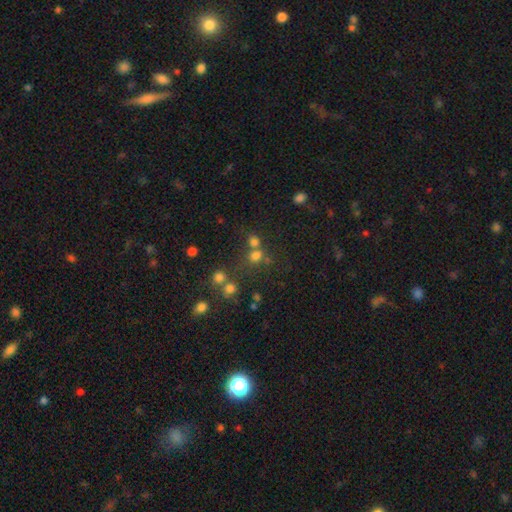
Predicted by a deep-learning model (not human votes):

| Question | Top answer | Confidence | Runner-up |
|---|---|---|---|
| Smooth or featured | smooth | 65% | star or artifact (25%) |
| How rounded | round | 78% | in between (21%) |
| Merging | none | 55% | merger (31%) |